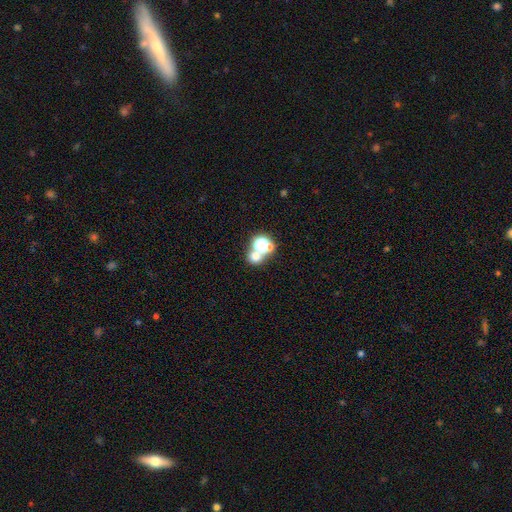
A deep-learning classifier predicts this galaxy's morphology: Smooth or featured?
  - smooth: 58% *
  - star or artifact: 32%
  - featured or disk: 11%
How rounded?
  - round: 81% *
  - in between: 18%
  - cigar-shaped: 1%
Merging?
  - none: 52% *
  - merger: 38%
  - minor disturbance: 6%
  - major disturbance: 4%